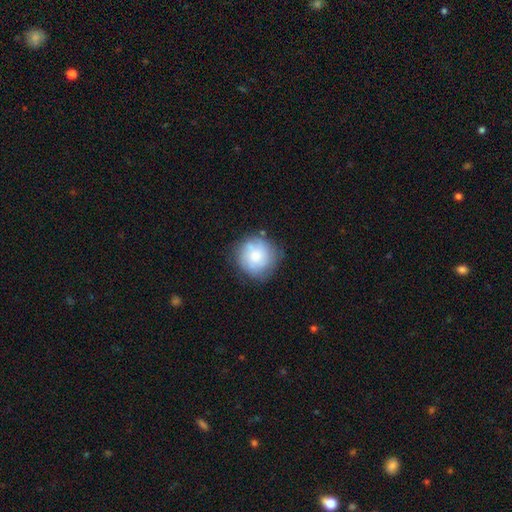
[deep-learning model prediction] Smooth or featured? Predicted: smooth (p=0.69). How rounded? Predicted: round (p=0.93). Merging? Predicted: none (p=0.74).